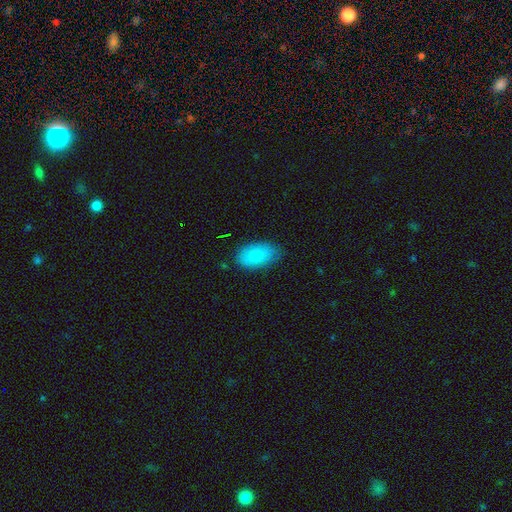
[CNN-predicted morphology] smooth-or-featured: smooth: 85% | featured or disk: 8% | star or artifact: 7%
  how-rounded: in between: 94% | round: 4% | cigar-shaped: 2%
  merging: none: 77% | minor disturbance: 19% | major disturbance: 4% | merger: 1%